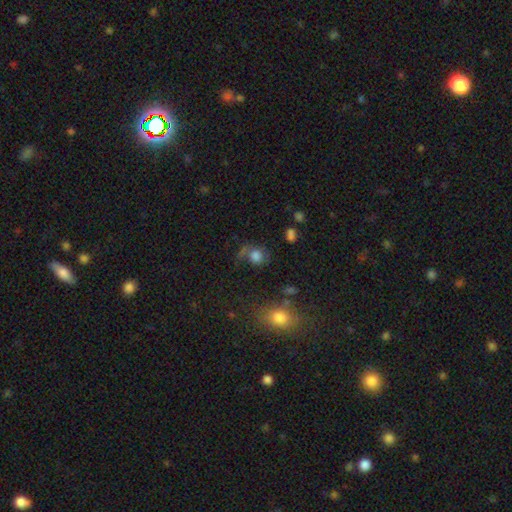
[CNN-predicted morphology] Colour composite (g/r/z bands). It shows a smooth galaxy with no disk features (70%) that is round (71%). Merging: none (45%).